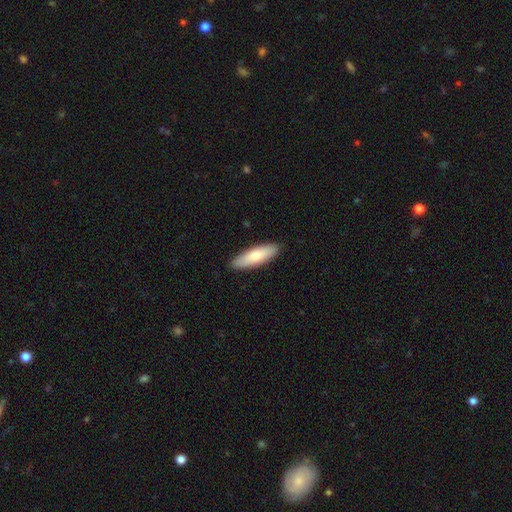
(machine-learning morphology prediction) This appears to be a smooth galaxy with no disk features (72%) that is cigar-shaped (51%). Merging: none (89%).